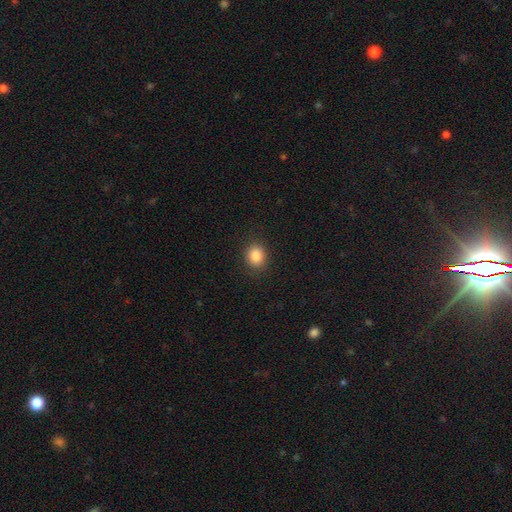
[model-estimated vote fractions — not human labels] Smooth or featured? Predicted: smooth (p=0.86). How rounded? Predicted: round (p=0.66). Merging? Predicted: none (p=0.89).